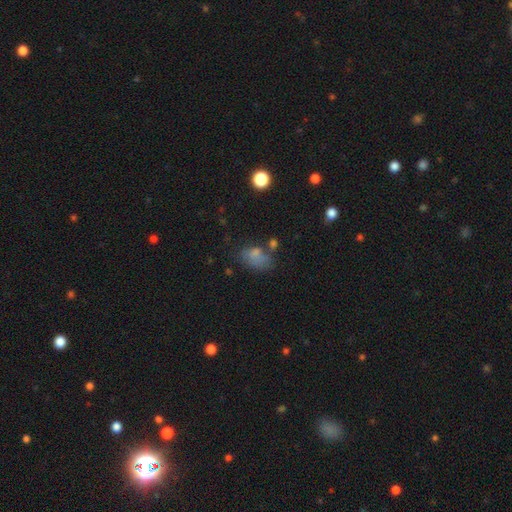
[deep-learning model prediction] This is likely a smooth galaxy (71%). How rounded: clearly in between (83%). Merging: marginally none (42%).